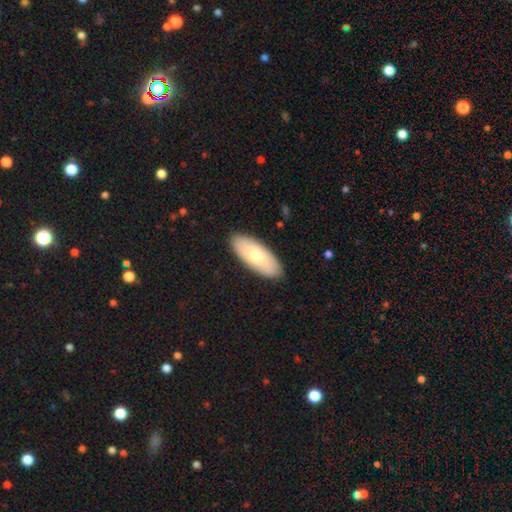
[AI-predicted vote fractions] smooth-or-featured: smooth: 68% | featured or disk: 27% | star or artifact: 5%
  how-rounded: in between: 85% | cigar-shaped: 13% | round: 2%
  merging: none: 89% | minor disturbance: 8% | major disturbance: 2% | merger: 1%